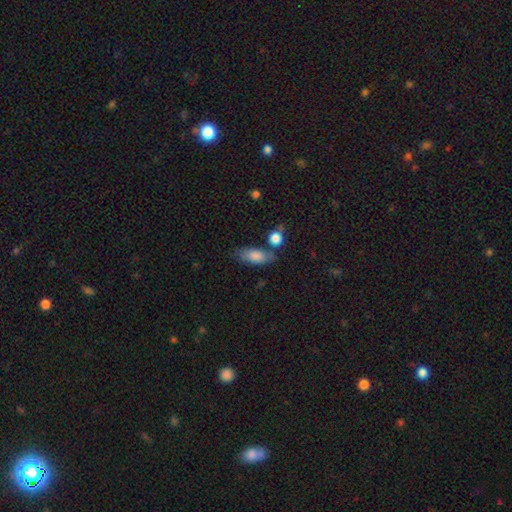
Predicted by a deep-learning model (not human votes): Smooth or featured? Predicted: smooth (p=0.79). How rounded? Predicted: in between (p=0.77). Merging? Predicted: none (p=0.62).